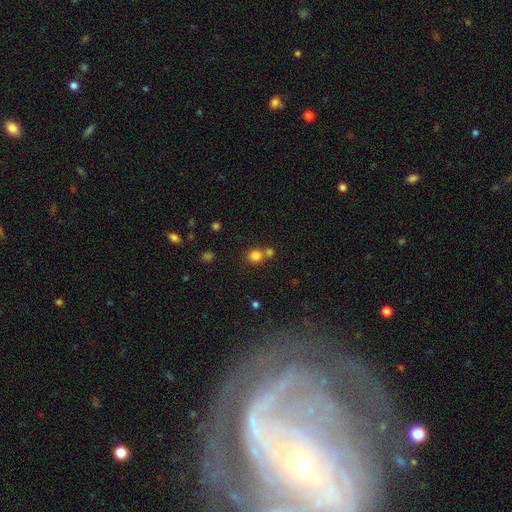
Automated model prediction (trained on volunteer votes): A smooth galaxy with no disk features (81%) that is round (84%). Merging: none (55%).